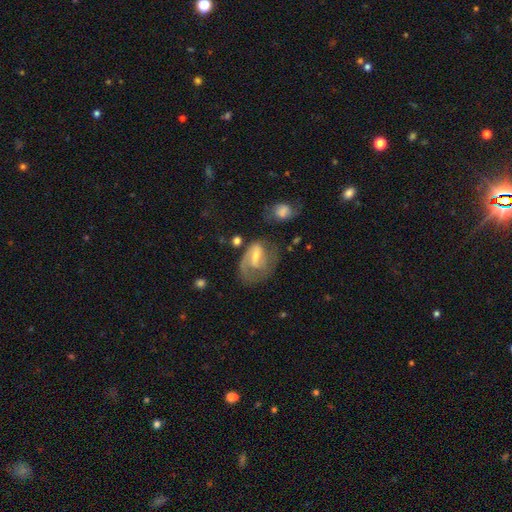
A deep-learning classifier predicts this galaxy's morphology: This appears to be a featured or disk galaxy (74%) with a weak bar (50%), 2 (43%) medium (45%) spiral arms (87%) and a small central bulge (48%). Merging: none (49%).